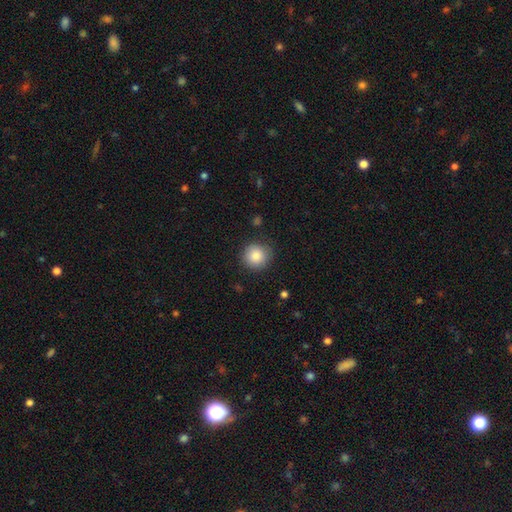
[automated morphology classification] The model was most divided on "merging": none: 85%, minor disturbance: 11%, major disturbance: 3%, merger: 1%. More confident: how rounded — round (93%); smooth or featured — smooth (84%).